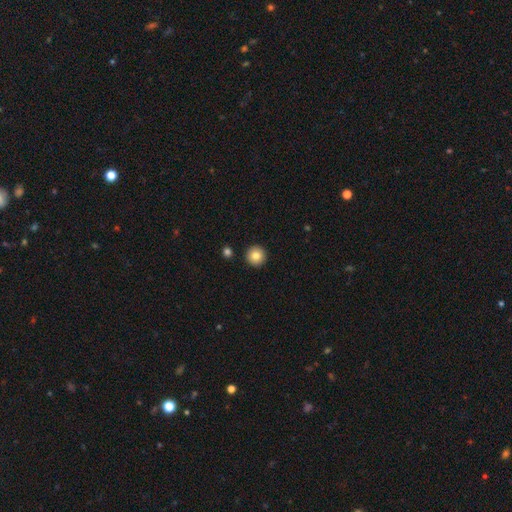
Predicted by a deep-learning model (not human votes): A smooth galaxy with no disk features (83%) that is round (96%). Merging: none (92%).